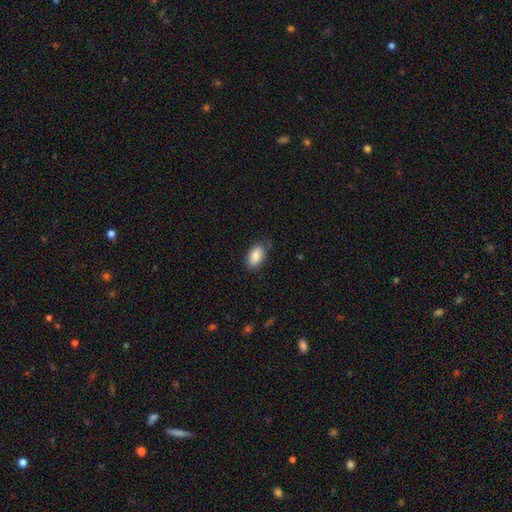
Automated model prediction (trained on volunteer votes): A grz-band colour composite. It shows a smooth galaxy with no disk features (85%) that is in between round and cigar-shaped (93%). Merging: none (77%).